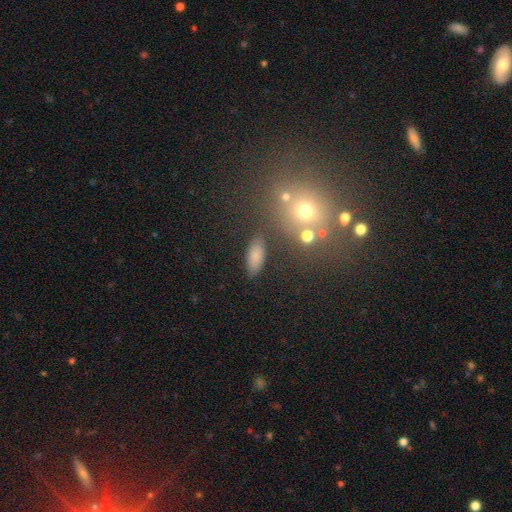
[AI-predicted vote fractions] A smooth galaxy with no disk features (79%) that is in between round and cigar-shaped (79%).

Vote fractions:
- Smooth or featured? smooth: 79% / star or artifact: 11% / featured or disk: 10%
- How rounded? in between: 79% / cigar-shaped: 16% / round: 5%
- Merging? none: 81% / minor disturbance: 11% / merger: 4% / major disturbance: 4%